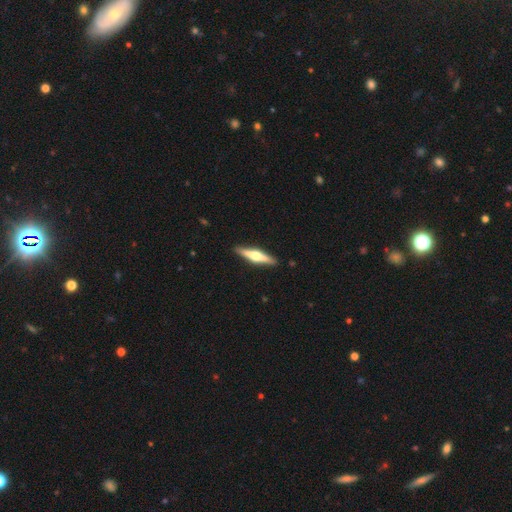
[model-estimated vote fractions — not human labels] A featured or disk galaxy (68%) viewed edge-on (98%) with a rounded central bulge (93%).

Vote fractions:
- Smooth or featured? featured or disk: 68% / smooth: 27% / star or artifact: 5%
- Edge-on disk? yes: 98% / no: 2%
- Edge-on bulge? rounded: 93% / boxy: 5% / none: 2%
- Merging? none: 91% / minor disturbance: 6% / major disturbance: 1% / merger: 1%